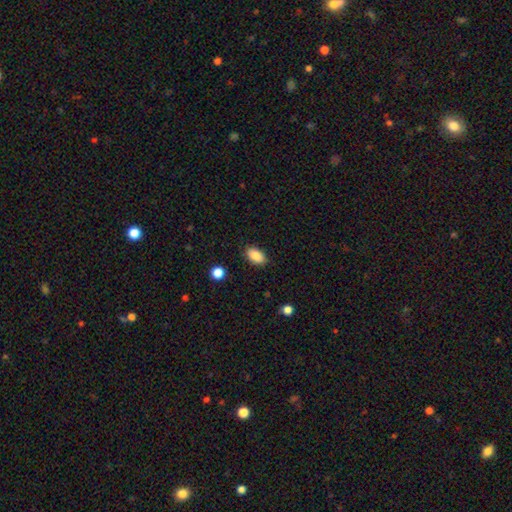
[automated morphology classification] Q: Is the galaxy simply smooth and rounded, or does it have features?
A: smooth — 88%.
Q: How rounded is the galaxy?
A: in between — 92%.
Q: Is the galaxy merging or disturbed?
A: none — 87%.